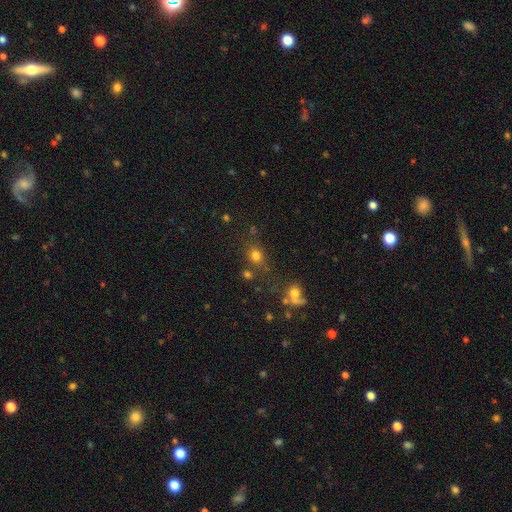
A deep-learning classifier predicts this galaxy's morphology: This is likely a smooth galaxy (75%). How rounded: likely round (68%). Merging: likely none (69%).